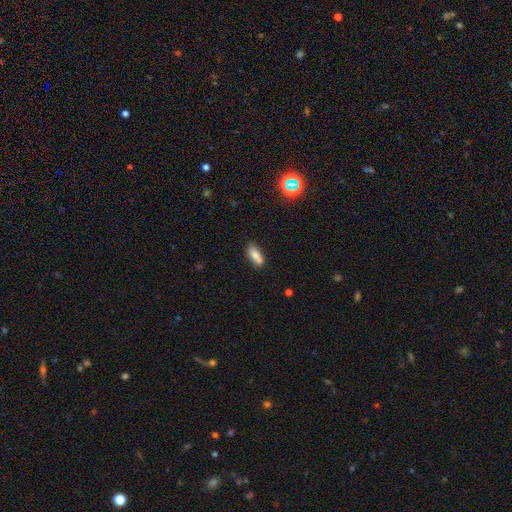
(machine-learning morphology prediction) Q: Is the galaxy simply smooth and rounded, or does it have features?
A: smooth — 76%.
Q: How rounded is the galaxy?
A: in between — 79%.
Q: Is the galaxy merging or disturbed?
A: none — 55%.